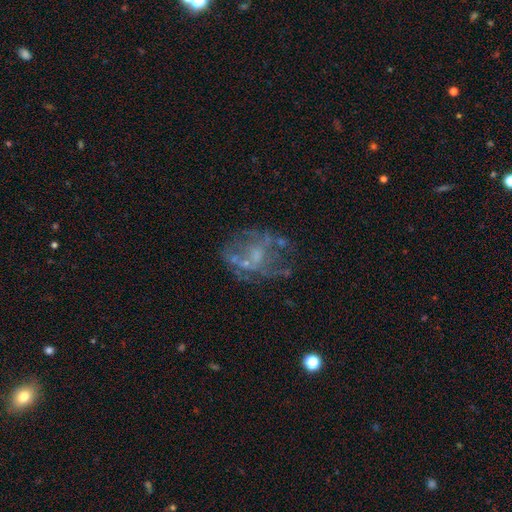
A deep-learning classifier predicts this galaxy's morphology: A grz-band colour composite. It shows a featured or disk galaxy (67%) with no bar (73%), no spiral arms (70%) and no central bulge (38%). Merging: none (48%).